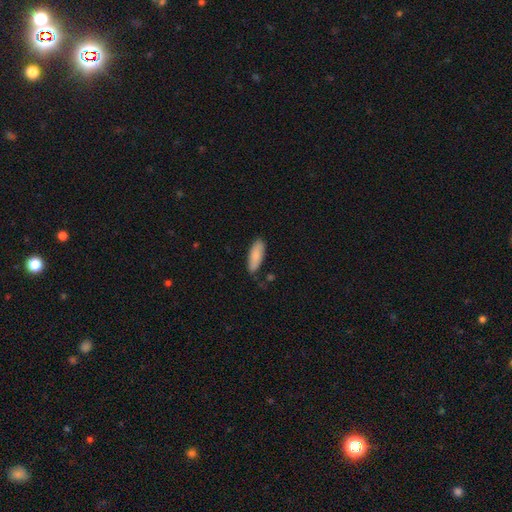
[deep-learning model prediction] Morphology: type=smooth (86%); roundness=in between (69%); merging=none (78%).